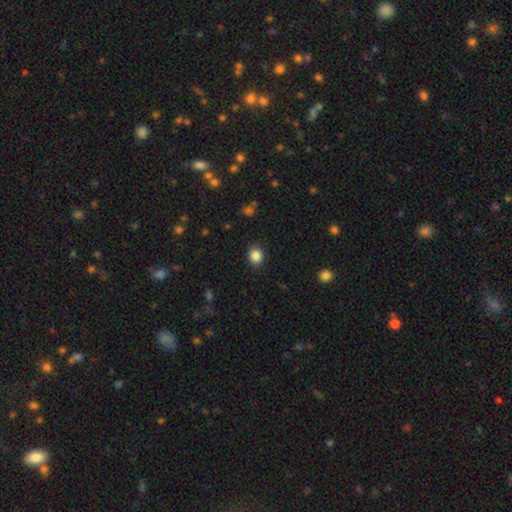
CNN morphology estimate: Q: Smooth or featured?
A: smooth (86%); runner-up: star or artifact (10%)
Q: How rounded?
A: round (77%); runner-up: in between (22%)
Q: Merging?
A: none (90%); runner-up: minor disturbance (7%)